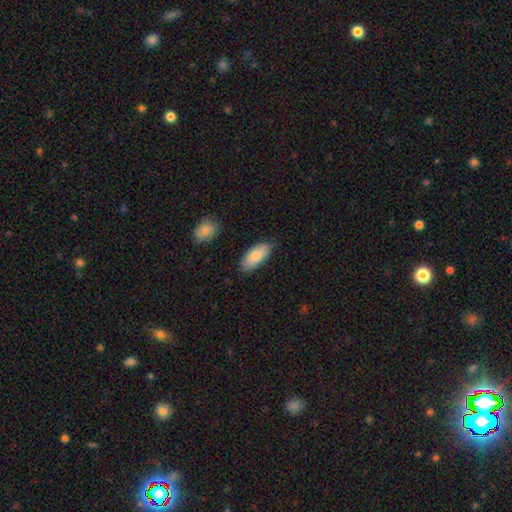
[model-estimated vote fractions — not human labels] smooth 84%, featured or disk 10%, star or artifact 6%. Down the decision tree: how rounded — in between (89%); merging — none (82%).